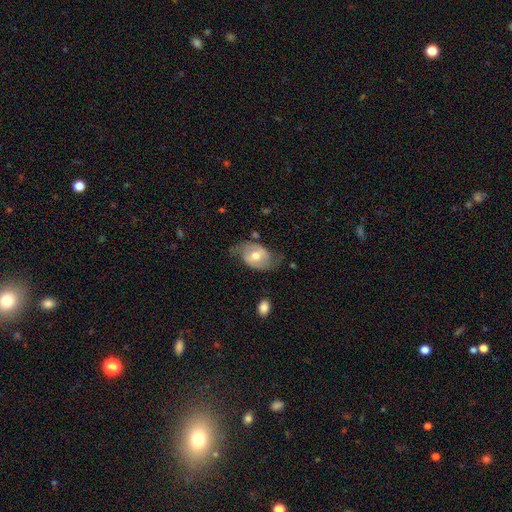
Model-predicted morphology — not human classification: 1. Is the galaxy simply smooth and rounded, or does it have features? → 59% featured or disk, 34% smooth, 6% star or artifact.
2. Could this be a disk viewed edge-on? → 95% no, 5% yes.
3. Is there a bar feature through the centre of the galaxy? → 43% weak, 41% no, 17% strong.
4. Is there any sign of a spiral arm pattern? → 75% yes, 25% no.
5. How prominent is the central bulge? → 73% moderate, 14% small, 10% large, 1% none, 1% dominant.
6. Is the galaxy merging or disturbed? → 57% none, 26% minor disturbance, 15% major disturbance, 2% merger.